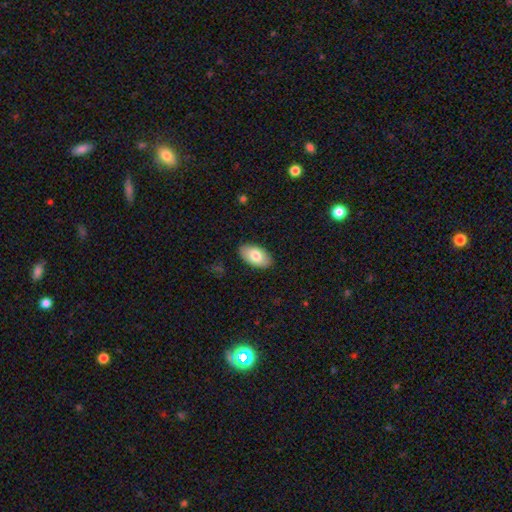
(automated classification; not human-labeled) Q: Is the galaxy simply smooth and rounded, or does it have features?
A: smooth — 78%.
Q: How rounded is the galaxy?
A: in between — 95%.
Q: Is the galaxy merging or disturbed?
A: none — 88%.